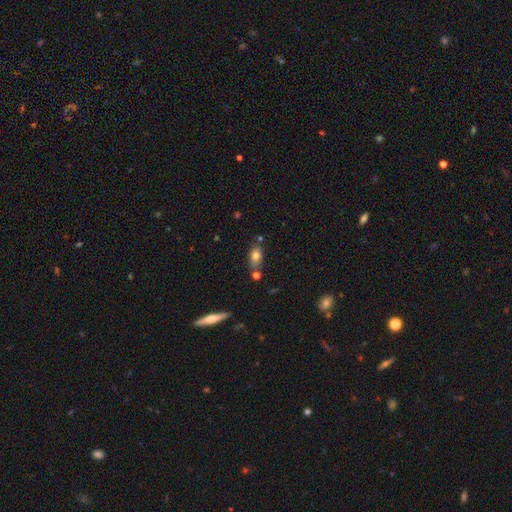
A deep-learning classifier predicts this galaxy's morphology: A smooth galaxy with no disk features (75%) that is in between round and cigar-shaped (81%). Merging: none (66%).